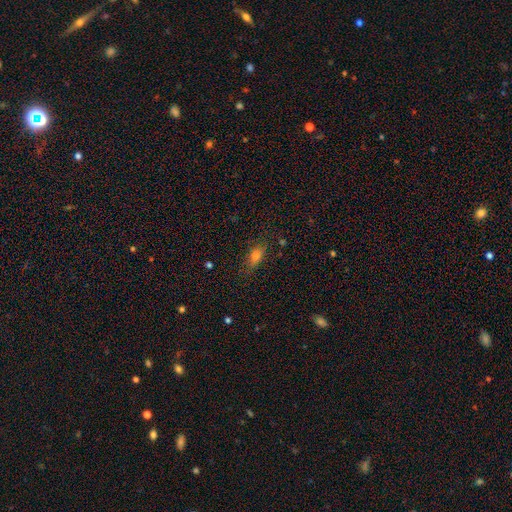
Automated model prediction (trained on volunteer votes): This appears to be a smooth galaxy with no disk features (66%) that is in between round and cigar-shaped (66%). Merging: none (75%).